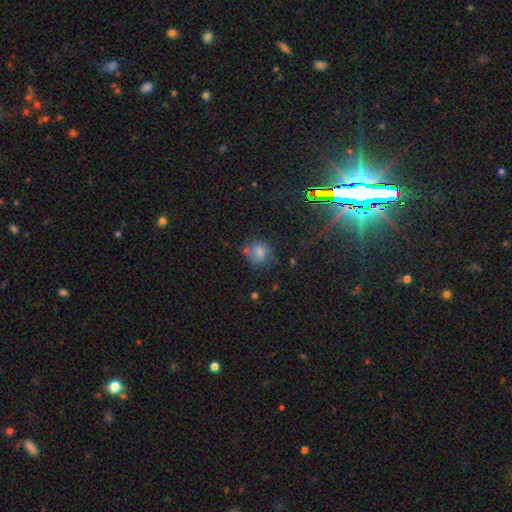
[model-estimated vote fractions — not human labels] Q: Smooth or featured?
A: smooth (43%); runner-up: star or artifact (41%)
Q: Merging?
A: none (68%); runner-up: minor disturbance (18%)